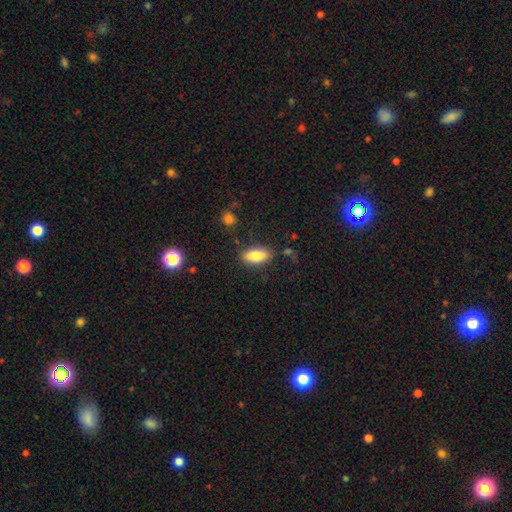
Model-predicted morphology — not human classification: Overall: smooth (81%). How rounded: in between (84%). Merging: none (82%).